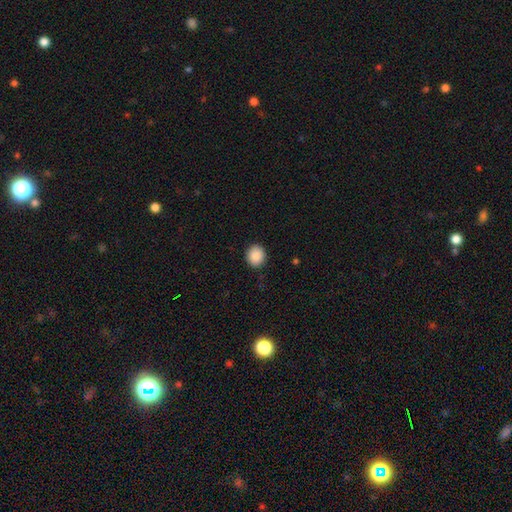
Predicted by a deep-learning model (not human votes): Smooth or featured? Predicted: smooth (p=0.89). How rounded? Predicted: round (p=0.77). Merging? Predicted: none (p=0.90).